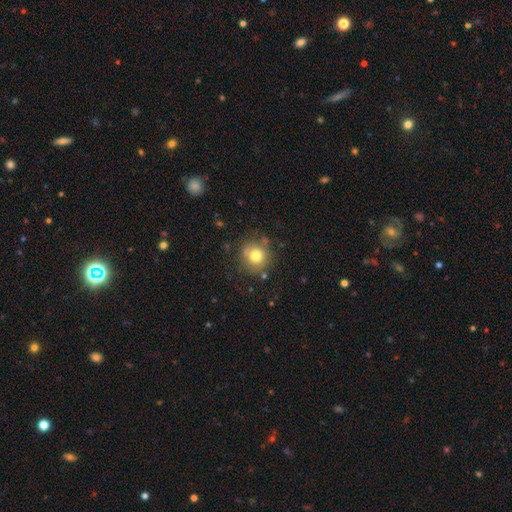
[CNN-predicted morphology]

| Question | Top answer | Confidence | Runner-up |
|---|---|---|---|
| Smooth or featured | smooth | 75% | featured or disk (13%) |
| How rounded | round | 90% | in between (9%) |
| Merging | none | 77% | minor disturbance (14%) |